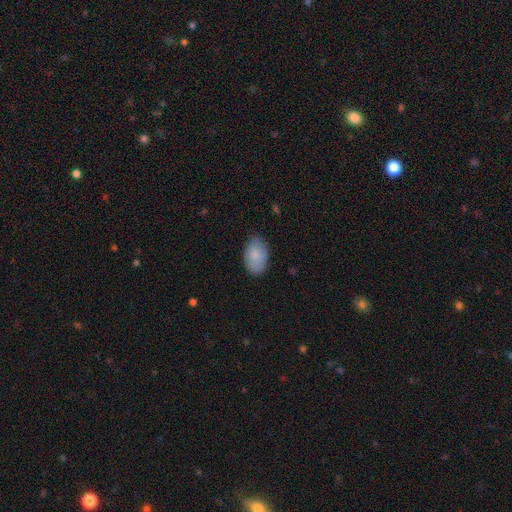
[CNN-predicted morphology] smooth 83%, featured or disk 11%, star or artifact 6%. Down the decision tree: how rounded — in between (91%); merging — none (73%).